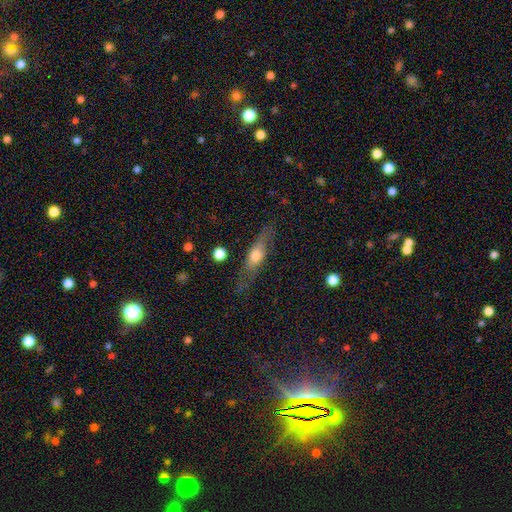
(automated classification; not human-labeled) Smooth or featured: featured or disk — 49% (smooth — 44%)
Merging: none — 75% (minor disturbance — 17%)